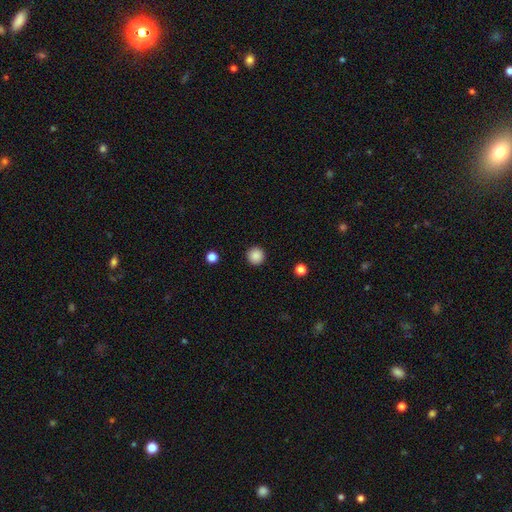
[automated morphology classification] Q: Smooth or featured?
A: smooth (87%); runner-up: star or artifact (10%)
Q: How rounded?
A: round (96%); runner-up: in between (3%)
Q: Merging?
A: none (93%); runner-up: minor disturbance (5%)